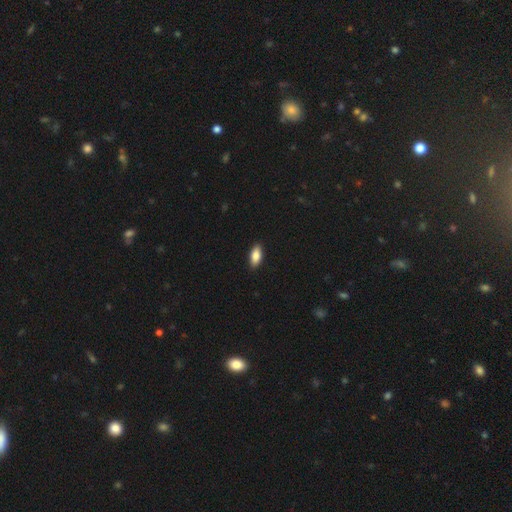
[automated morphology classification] A smooth galaxy with no disk features (84%) that is in between round and cigar-shaped (86%).

Vote fractions:
- Smooth or featured? smooth: 84% / featured or disk: 9% / star or artifact: 6%
- How rounded? in between: 86% / cigar-shaped: 11% / round: 3%
- Merging? none: 90% / minor disturbance: 8% / major disturbance: 2% / merger: 1%